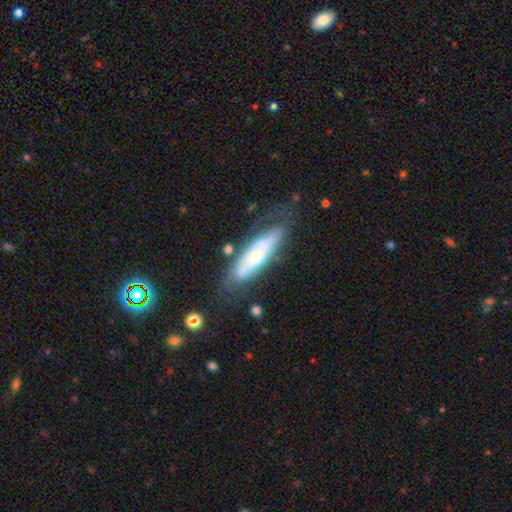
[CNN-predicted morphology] Smooth or featured? Predicted: featured or disk (p=0.56). Edge-on disk? Predicted: no (p=0.68). Merging? Predicted: none (p=0.65).